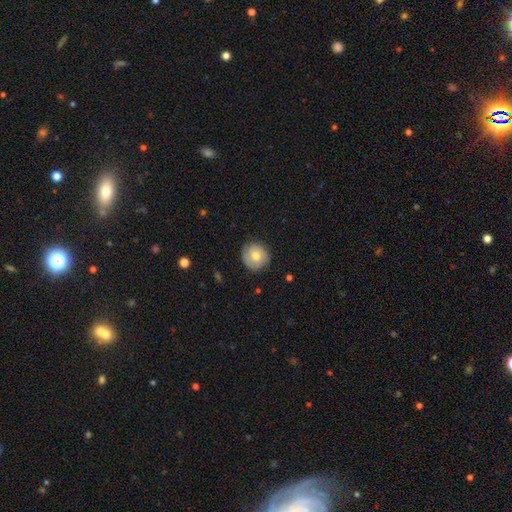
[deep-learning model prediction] Smooth or featured?
  - smooth: 56% *
  - featured or disk: 37%
  - star or artifact: 7%
How rounded?
  - round: 87% *
  - in between: 12%
  - cigar-shaped: 1%
Merging?
  - none: 79% *
  - minor disturbance: 17%
  - major disturbance: 4%
  - merger: 1%